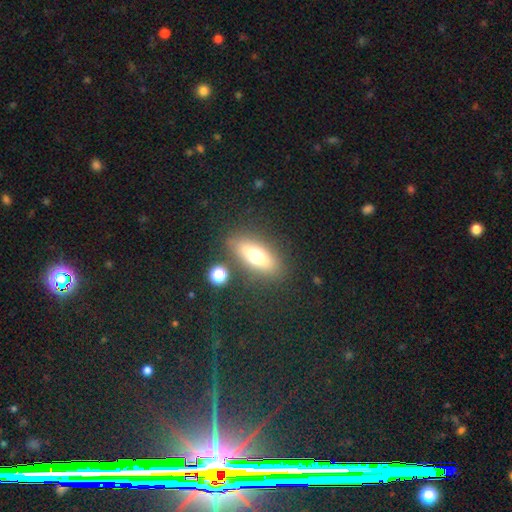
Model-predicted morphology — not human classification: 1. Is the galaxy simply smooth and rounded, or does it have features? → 61% smooth, 28% featured or disk, 10% star or artifact.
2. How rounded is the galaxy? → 65% in between, 29% cigar-shaped, 6% round.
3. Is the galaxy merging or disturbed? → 81% none, 11% minor disturbance, 4% merger, 4% major disturbance.